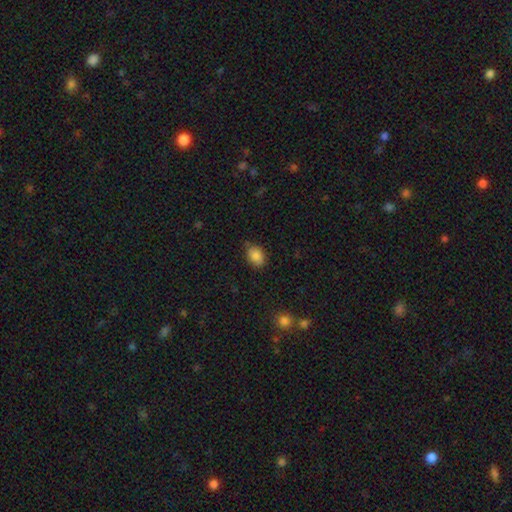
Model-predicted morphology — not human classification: The model was most divided on "how rounded": in between: 70%, round: 29%, cigar-shaped: 1%. More confident: smooth or featured — smooth (85%); merging — none (75%).